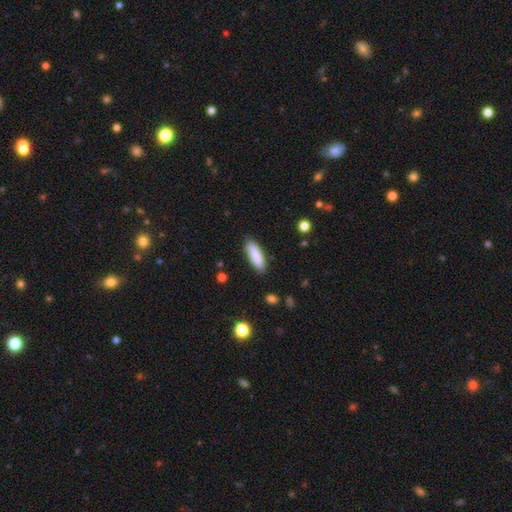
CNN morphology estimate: Smooth or featured? Predicted: smooth (p=0.86). How rounded? Predicted: cigar-shaped (p=0.51). Merging? Predicted: none (p=0.86).